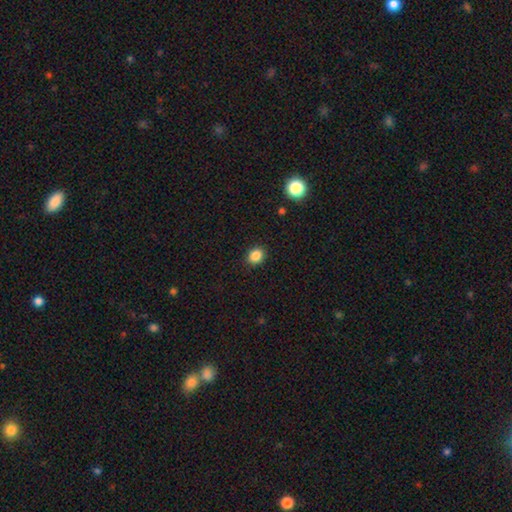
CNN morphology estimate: smooth-or-featured: smooth: 86% | star or artifact: 11% | featured or disk: 4%
  how-rounded: round: 61% | in between: 38% | cigar-shaped: 1%
  merging: none: 90% | minor disturbance: 7% | major disturbance: 2% | merger: 1%